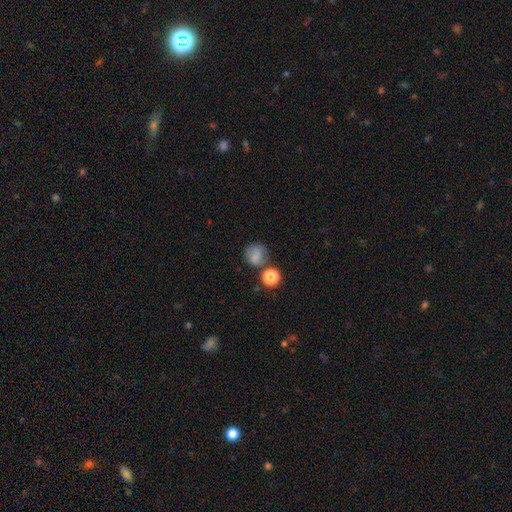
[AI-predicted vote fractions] A smooth galaxy with no disk features (75%) that is round (81%). Merging: none (62%).